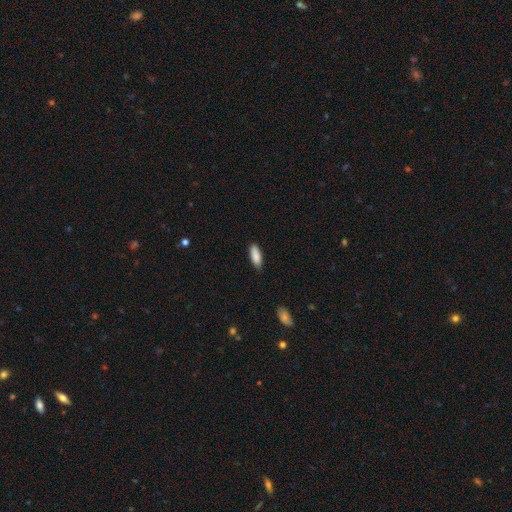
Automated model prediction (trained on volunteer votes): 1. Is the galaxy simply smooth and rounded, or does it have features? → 88% smooth, 6% star or artifact, 6% featured or disk.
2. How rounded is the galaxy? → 67% in between, 32% cigar-shaped, 2% round.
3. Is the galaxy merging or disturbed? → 84% none, 12% minor disturbance, 2% major disturbance, 1% merger.